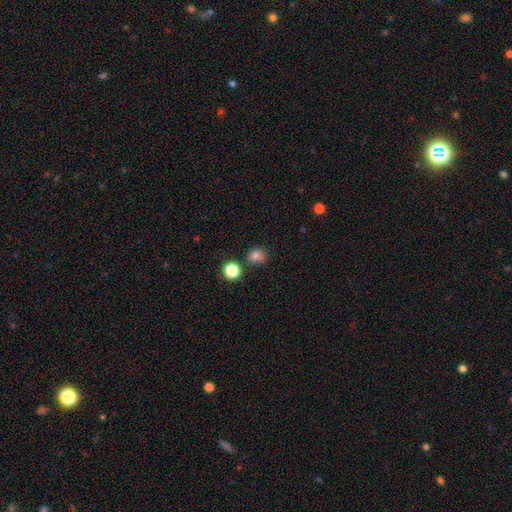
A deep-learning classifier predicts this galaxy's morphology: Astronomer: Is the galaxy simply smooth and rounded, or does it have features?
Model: smooth — 80%.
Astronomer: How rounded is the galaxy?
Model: round — 78%.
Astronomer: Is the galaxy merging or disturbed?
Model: none — 76%.